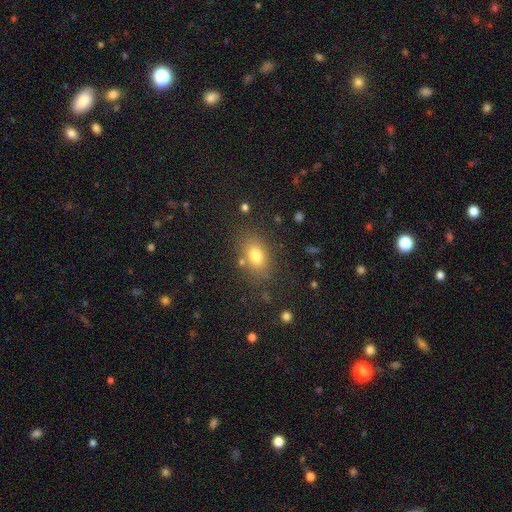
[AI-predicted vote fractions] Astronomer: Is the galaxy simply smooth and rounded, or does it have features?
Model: smooth — 77%.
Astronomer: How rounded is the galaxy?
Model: in between — 74%.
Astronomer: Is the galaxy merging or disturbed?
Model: none — 79%.